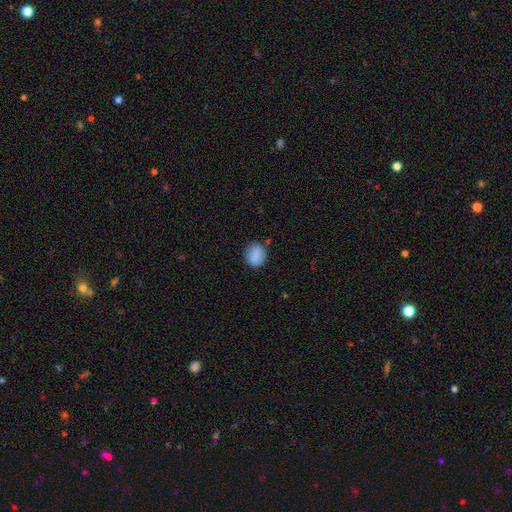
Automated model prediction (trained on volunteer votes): Smooth or featured: smooth — 85% (star or artifact — 8%)
How rounded: round — 71% (in between — 28%)
Merging: none — 81% (minor disturbance — 13%)